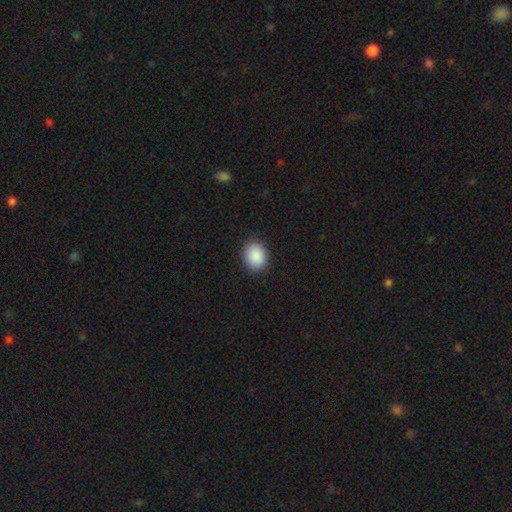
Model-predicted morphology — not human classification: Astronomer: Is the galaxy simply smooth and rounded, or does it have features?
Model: smooth — 90%.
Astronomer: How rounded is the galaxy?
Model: round — 50% (runner-up: in between, 49%).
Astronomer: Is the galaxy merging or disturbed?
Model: none — 90%.